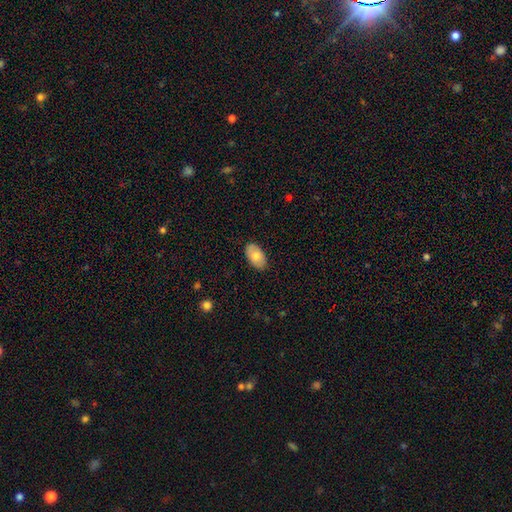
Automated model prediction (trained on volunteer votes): A smooth galaxy with no disk features (75%) that is in between round and cigar-shaped (93%).

Vote fractions:
- Smooth or featured? smooth: 75% / featured or disk: 19% / star or artifact: 6%
- How rounded? in between: 93% / round: 5% / cigar-shaped: 1%
- Merging? none: 86% / minor disturbance: 11% / major disturbance: 2% / merger: 1%